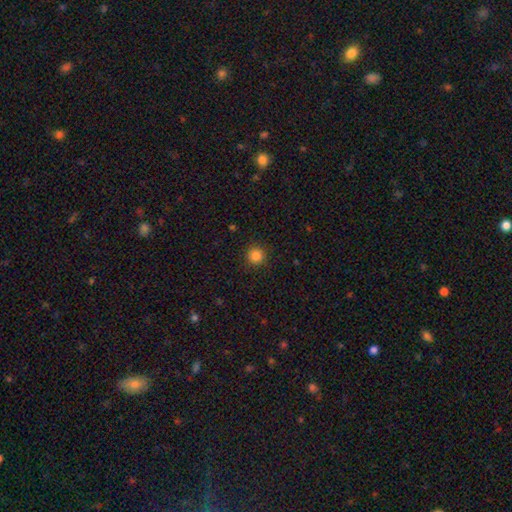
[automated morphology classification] Smooth or featured? smooth (85%)
How rounded? round (95%)
Merging? none (91%)